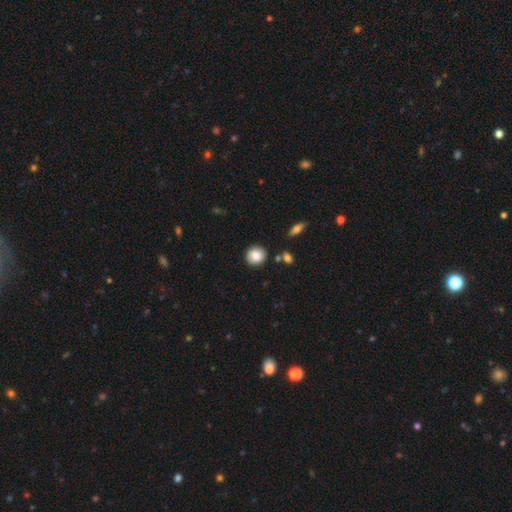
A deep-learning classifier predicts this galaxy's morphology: Smooth or featured? smooth (83%)
How rounded? round (87%)
Merging? none (85%)